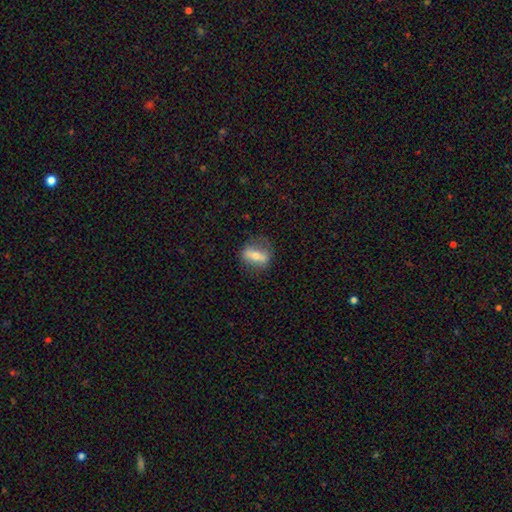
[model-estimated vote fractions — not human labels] smooth_or_featured: featured or disk (p=0.47) [alt: smooth p=0.45]
merging: none (p=0.70) [alt: minor disturbance p=0.18]